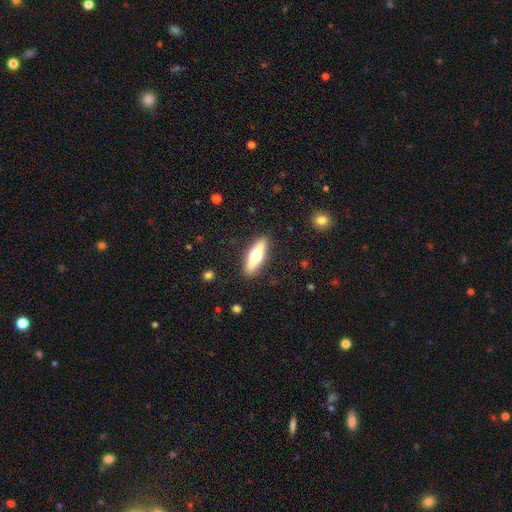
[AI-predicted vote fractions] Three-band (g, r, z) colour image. It shows a smooth galaxy with no disk features (53%) that is cigar-shaped (62%). Merging: none (89%).